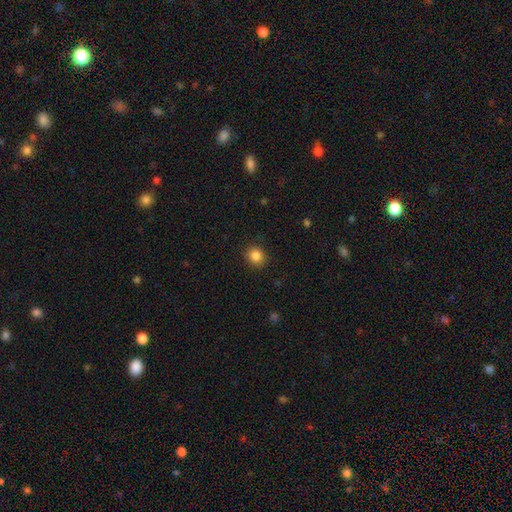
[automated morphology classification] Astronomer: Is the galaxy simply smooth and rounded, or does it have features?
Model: smooth — 86%.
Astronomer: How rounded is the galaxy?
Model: round — 82%.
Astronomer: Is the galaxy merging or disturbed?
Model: none — 89%.